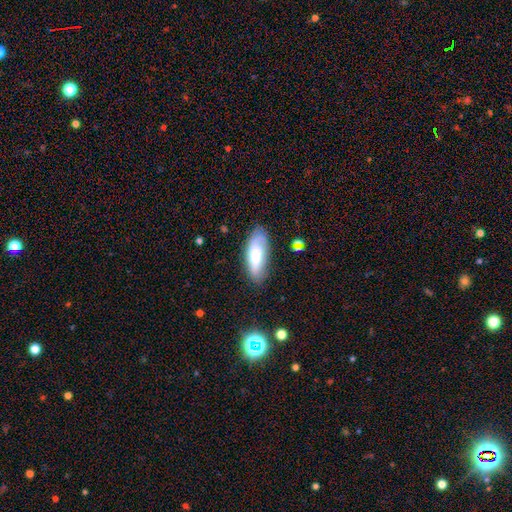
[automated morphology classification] smooth_or_featured: smooth (p=0.56) [alt: featured or disk p=0.37]
how_rounded: in between (p=0.77) [alt: cigar-shaped p=0.21]
merging: none (p=0.72) [alt: minor disturbance p=0.20]